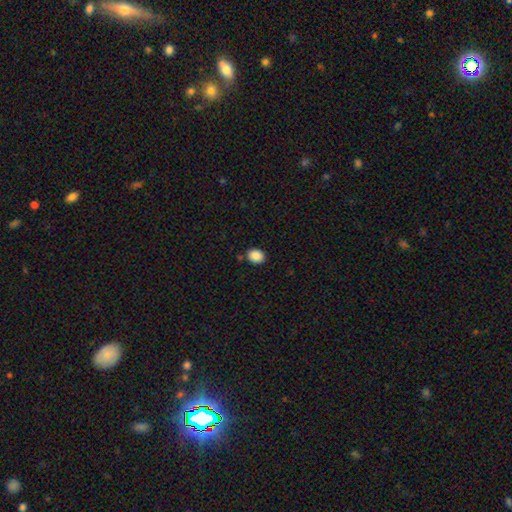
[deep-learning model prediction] Smooth or featured?
  - smooth: 88% *
  - star or artifact: 9%
  - featured or disk: 3%
How rounded?
  - round: 53% *
  - in between: 46%
  - cigar-shaped: 1%
Merging?
  - none: 85% *
  - minor disturbance: 9%
  - merger: 3%
  - major disturbance: 2%